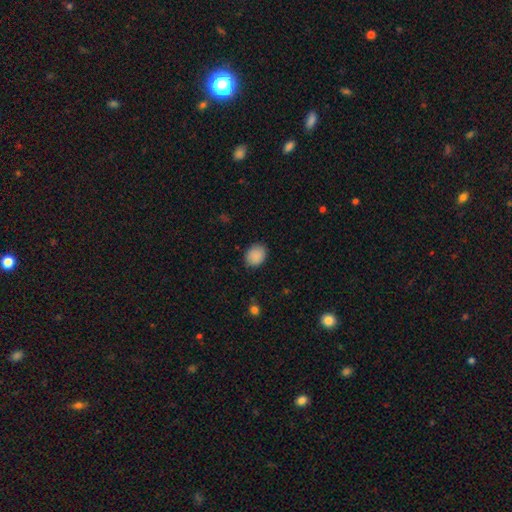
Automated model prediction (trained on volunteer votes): Smooth or featured? Predicted: smooth (p=0.89). How rounded? Predicted: round (p=0.53). Merging? Predicted: none (p=0.85).